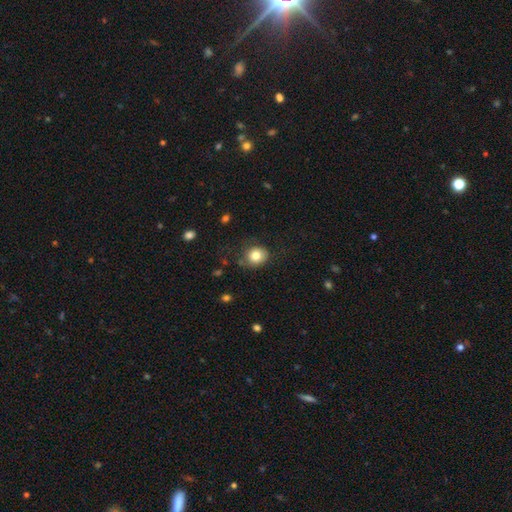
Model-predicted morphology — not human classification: smooth 81%, star or artifact 10%, featured or disk 9%. Down the decision tree: how rounded — round (73%); merging — none (73%).